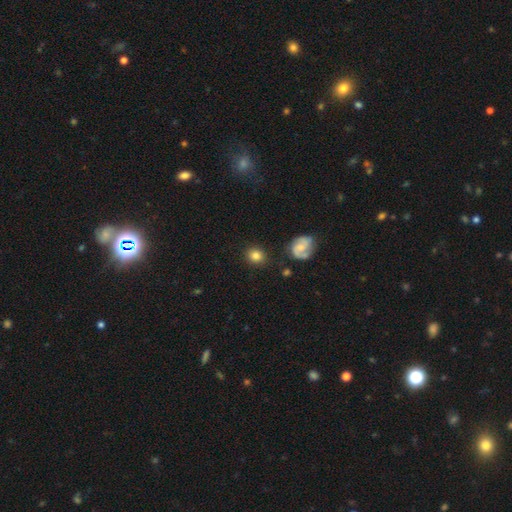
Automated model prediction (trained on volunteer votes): smooth_or_featured: smooth (p=0.79) [alt: featured or disk p=0.13]
how_rounded: round (p=0.78) [alt: in between p=0.21]
merging: none (p=0.83) [alt: minor disturbance p=0.10]